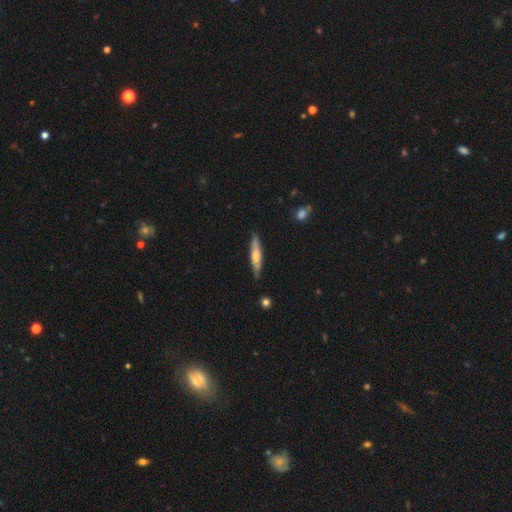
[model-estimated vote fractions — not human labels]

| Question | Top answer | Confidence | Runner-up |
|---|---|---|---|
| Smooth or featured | featured or disk | 48% | smooth (47%) |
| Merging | none | 84% | minor disturbance (13%) |